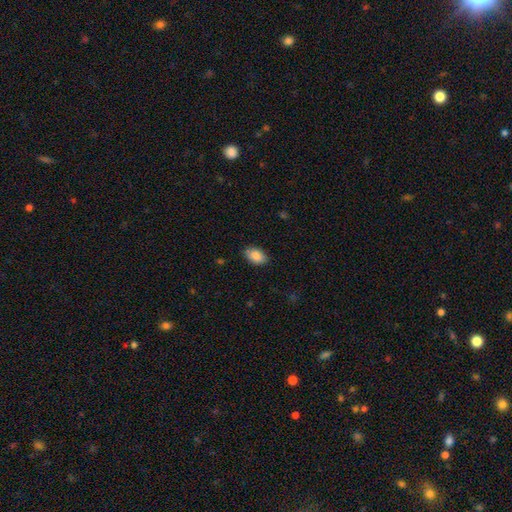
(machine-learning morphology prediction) smooth_or_featured: smooth (p=0.86) [alt: star or artifact p=0.07]
how_rounded: in between (p=0.90) [alt: round p=0.09]
merging: none (p=0.85) [alt: minor disturbance p=0.12]